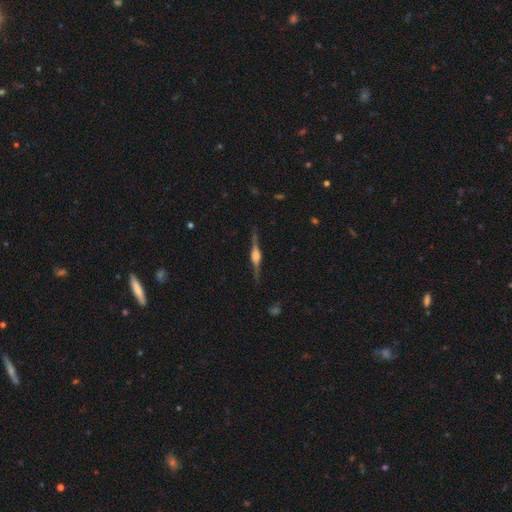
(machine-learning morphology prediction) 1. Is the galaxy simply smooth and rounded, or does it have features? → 83% featured or disk, 10% smooth, 6% star or artifact.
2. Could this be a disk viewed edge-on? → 98% yes, 2% no.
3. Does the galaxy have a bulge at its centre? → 79% rounded, 18% boxy, 3% none.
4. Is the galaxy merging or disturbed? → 87% none, 10% minor disturbance, 2% major disturbance, 1% merger.